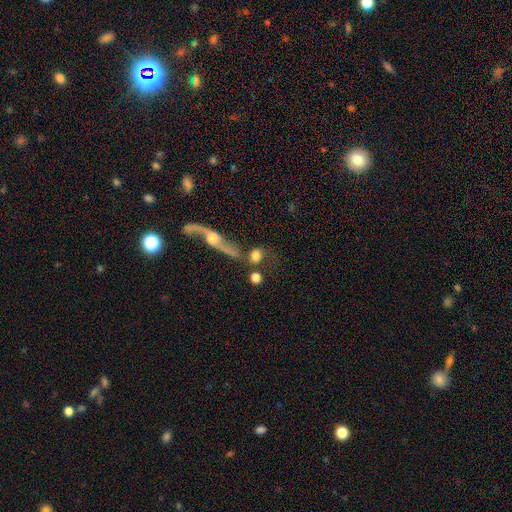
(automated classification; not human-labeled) A smooth galaxy with no disk features (60%) that is round (61%). Merging: none (46%).